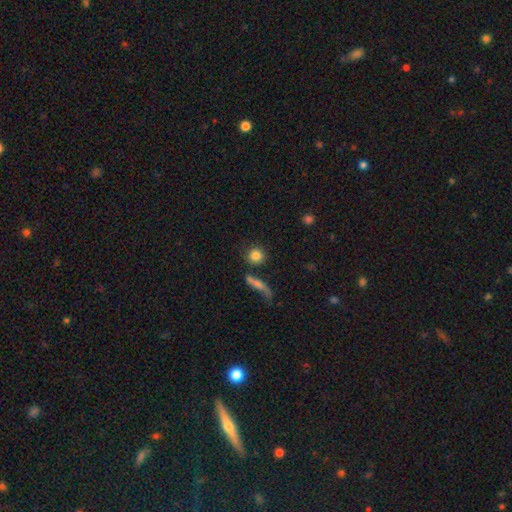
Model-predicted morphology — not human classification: This is clearly a smooth galaxy (82%). How rounded: clearly round (87%). Merging: likely none (73%).